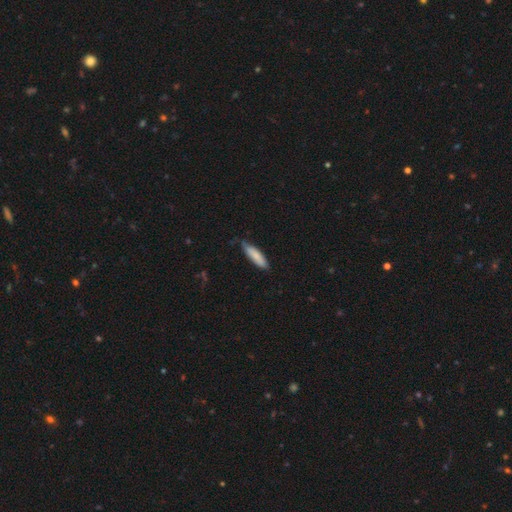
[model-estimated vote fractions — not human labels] A smooth galaxy with no disk features (81%) that is cigar-shaped (64%).

Vote fractions:
- Smooth or featured? smooth: 81% / featured or disk: 13% / star or artifact: 5%
- How rounded? cigar-shaped: 64% / in between: 34% / round: 1%
- Merging? none: 69% / minor disturbance: 26% / major disturbance: 3% / merger: 2%